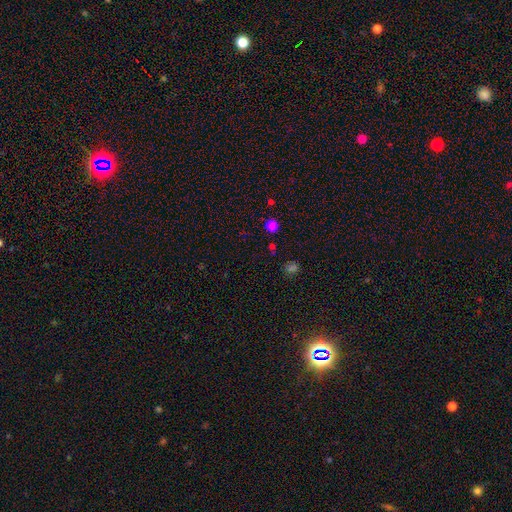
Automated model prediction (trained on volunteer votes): Smooth or featured?
  - smooth: 47% * (tied)
  - star or artifact: 47% * (tied)
  - featured or disk: 6%
Merging?
  - none: 83% *
  - minor disturbance: 8%
  - merger: 4%
  - major disturbance: 4%